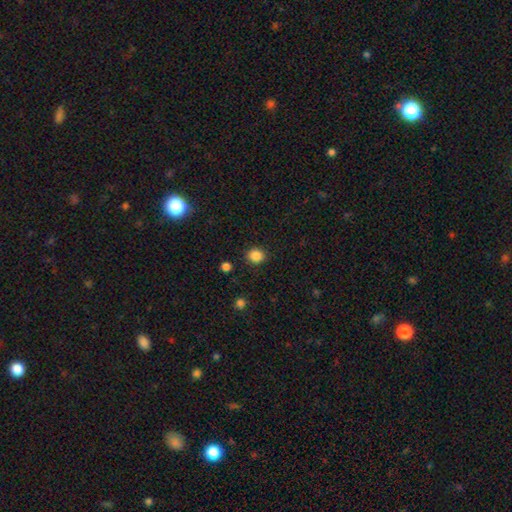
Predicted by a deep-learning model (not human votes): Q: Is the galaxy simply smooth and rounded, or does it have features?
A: smooth — 85%.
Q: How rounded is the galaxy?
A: round — 78%.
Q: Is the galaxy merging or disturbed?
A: none — 89%.